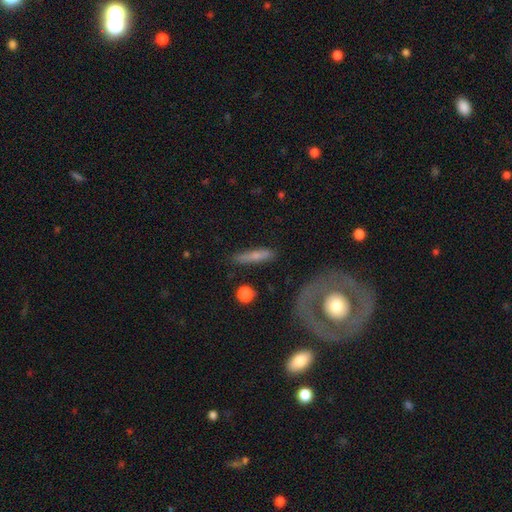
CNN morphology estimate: Smooth or featured?
  - smooth: 60% *
  - featured or disk: 33%
  - star or artifact: 7%
How rounded?
  - cigar-shaped: 83% *
  - in between: 13%
  - round: 4%
Merging?
  - none: 82% *
  - minor disturbance: 11%
  - major disturbance: 4%
  - merger: 3%